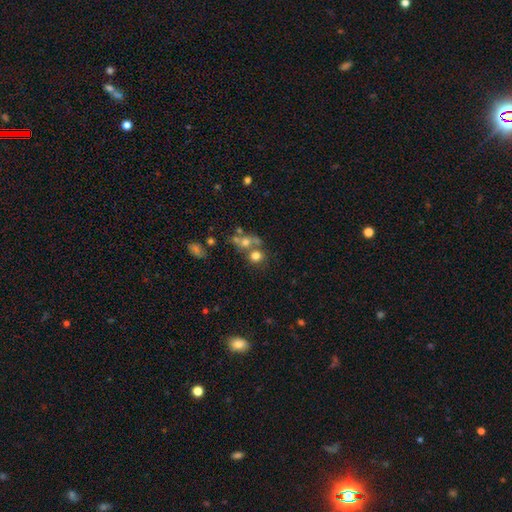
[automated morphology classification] A smooth galaxy with no disk features (67%) that is round (79%).

Vote fractions:
- Smooth or featured? smooth: 67% / featured or disk: 17% / star or artifact: 16%
- How rounded? round: 79% / in between: 20% / cigar-shaped: 1%
- Merging? none: 45% / merger: 41% / minor disturbance: 9% / major disturbance: 6%